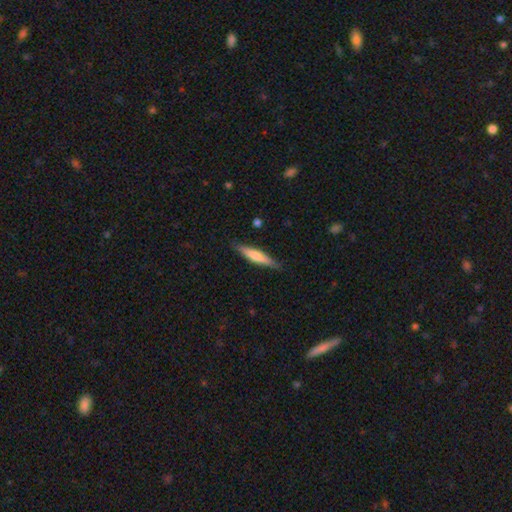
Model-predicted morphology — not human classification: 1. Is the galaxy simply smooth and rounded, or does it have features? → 58% smooth, 37% featured or disk, 5% star or artifact.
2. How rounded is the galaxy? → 88% cigar-shaped, 11% in between, 1% round.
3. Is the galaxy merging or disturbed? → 87% none, 10% minor disturbance, 2% major disturbance, 1% merger.